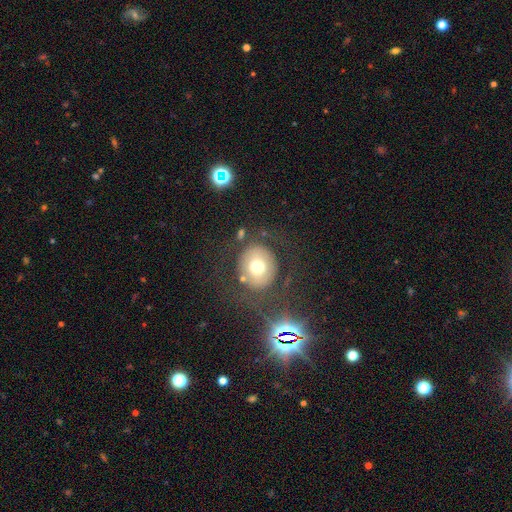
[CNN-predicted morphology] The model was most divided on "smooth or featured": smooth: 42%, featured or disk: 37%, star or artifact: 22%. More confident: merging — none (75%).